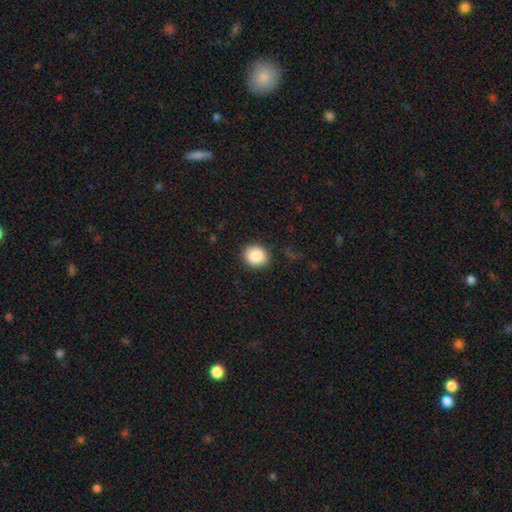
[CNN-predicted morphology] Overall: smooth (87%). How rounded: round (76%). Merging: none (87%).